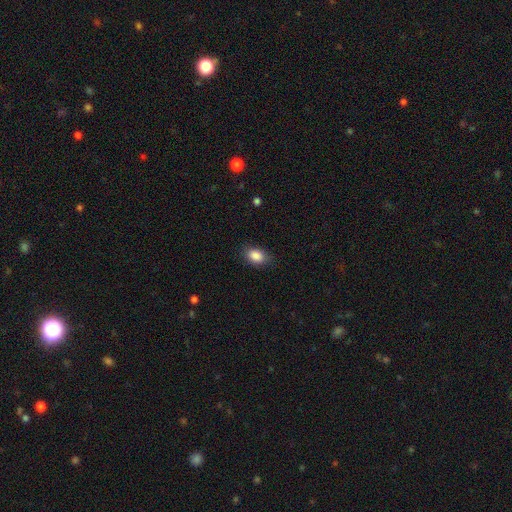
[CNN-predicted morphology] This appears to be a smooth galaxy with no disk features (88%) that is in between round and cigar-shaped (85%). Merging: none (82%).